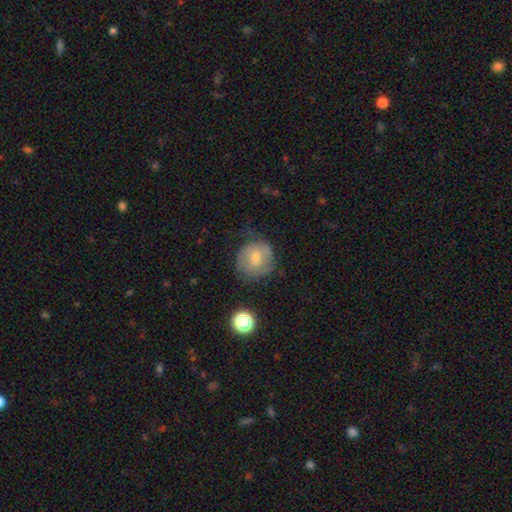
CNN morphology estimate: This appears to be a featured or disk galaxy (46%). Merging: none (62%).